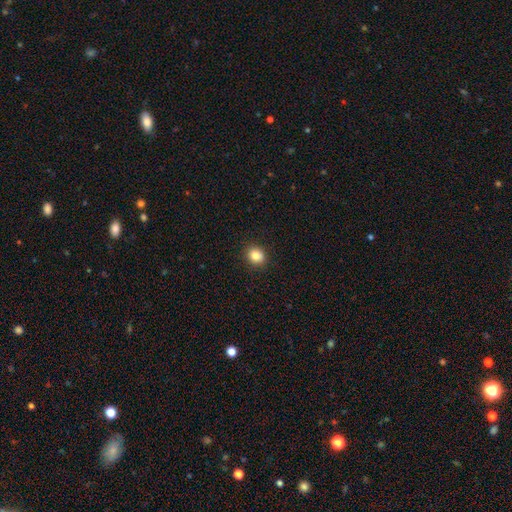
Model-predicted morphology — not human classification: Smooth or featured? smooth (84%)
How rounded? round (73%)
Merging? none (91%)